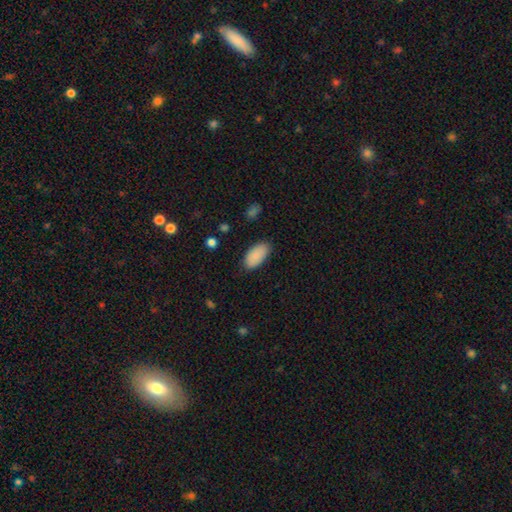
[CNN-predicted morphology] The model was most divided on "merging": none: 83%, minor disturbance: 13%, major disturbance: 3%, merger: 1%. More confident: how rounded — in between (94%); smooth or featured — smooth (89%).